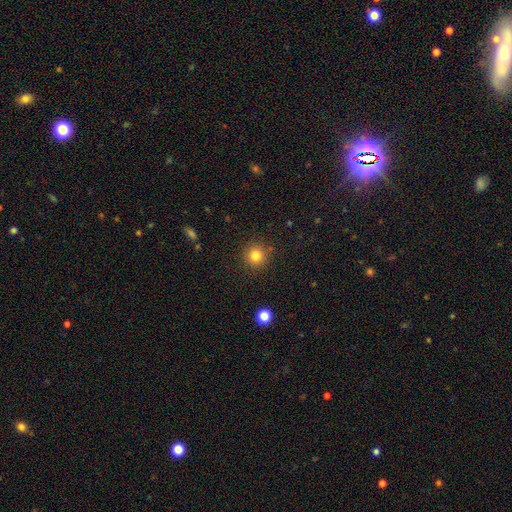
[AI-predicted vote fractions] The model was most divided on "smooth or featured": smooth: 82%, star or artifact: 12%, featured or disk: 6%. More confident: how rounded — round (94%); merging — none (89%).